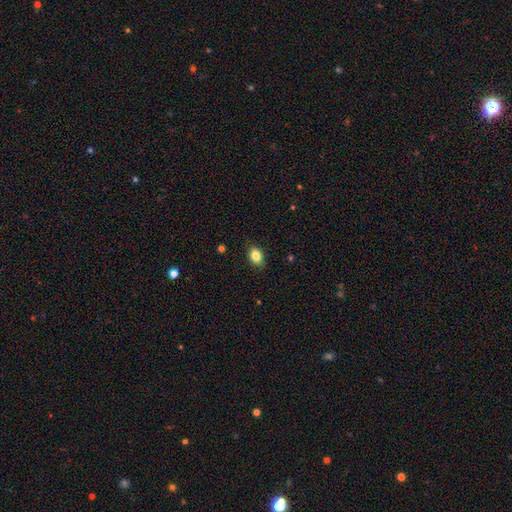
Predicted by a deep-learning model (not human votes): smooth_or_featured: smooth (p=0.85) [alt: star or artifact p=0.09]
how_rounded: in between (p=0.71) [alt: round p=0.28]
merging: none (p=0.86) [alt: minor disturbance p=0.11]